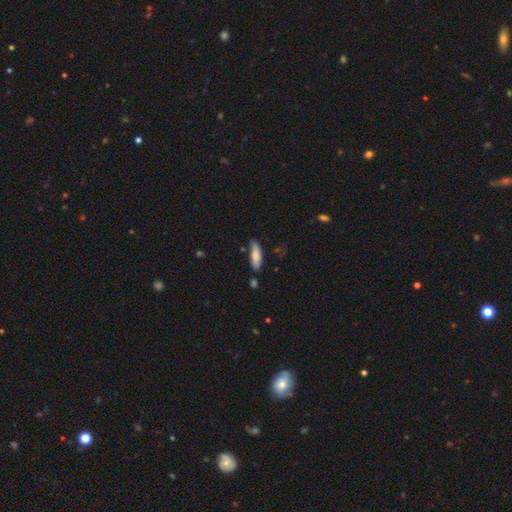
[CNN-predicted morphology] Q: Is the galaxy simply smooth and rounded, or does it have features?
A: smooth — 78%.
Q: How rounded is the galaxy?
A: in between — 50%.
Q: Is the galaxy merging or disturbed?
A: none — 69%.